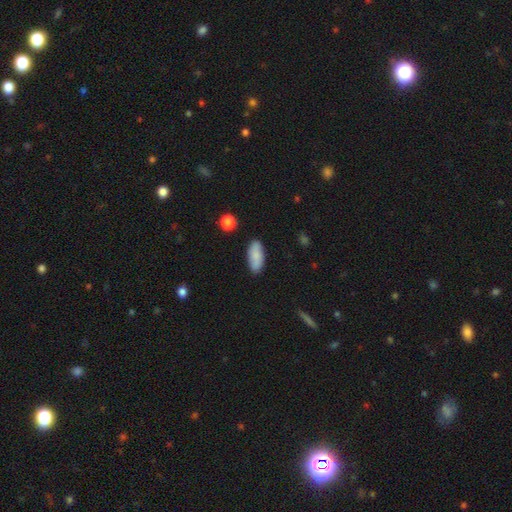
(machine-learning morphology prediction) This appears to be a smooth galaxy with no disk features (84%) that is in between round and cigar-shaped (84%). Merging: none (85%).